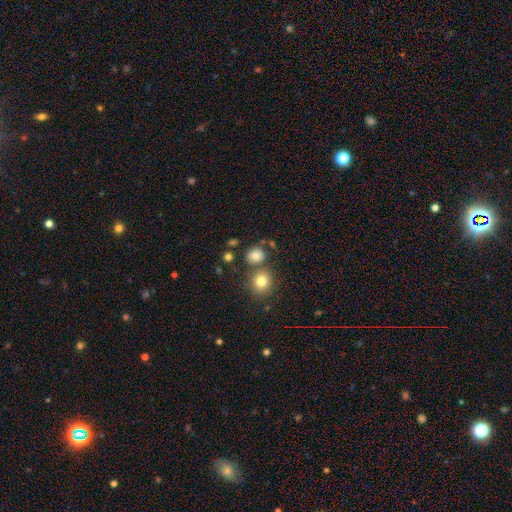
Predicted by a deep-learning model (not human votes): Smooth or featured? smooth (78%)
How rounded? round (69%)
Merging? none (68%)